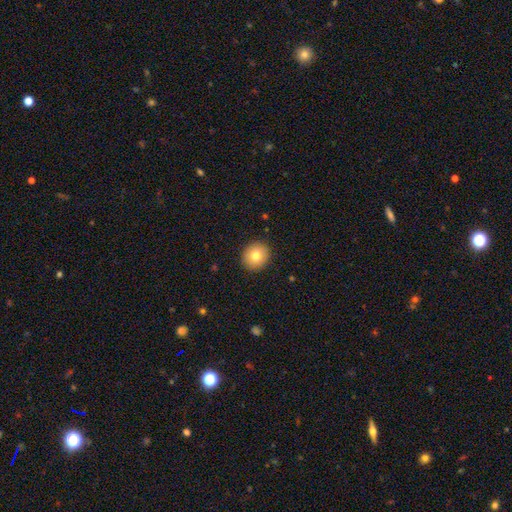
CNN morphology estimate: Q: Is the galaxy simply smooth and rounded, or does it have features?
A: smooth — 78%.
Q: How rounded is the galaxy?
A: round — 85%.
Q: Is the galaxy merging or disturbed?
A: none — 91%.